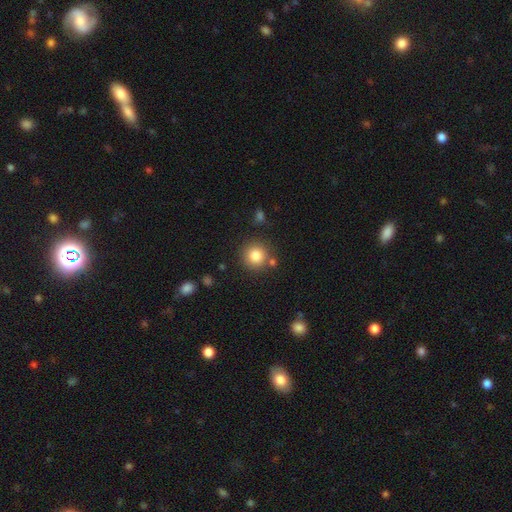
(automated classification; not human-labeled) This is clearly a smooth galaxy (83%). How rounded: clearly round (94%). Merging: clearly none (82%).